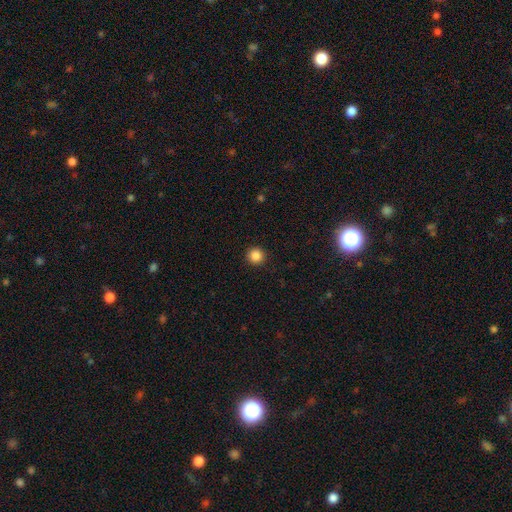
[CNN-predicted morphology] smooth-or-featured: smooth: 86% | star or artifact: 11% | featured or disk: 3%
  how-rounded: round: 96% | in between: 3% | cigar-shaped: 1%
  merging: none: 93% | minor disturbance: 4% | major disturbance: 2% | merger: 1%